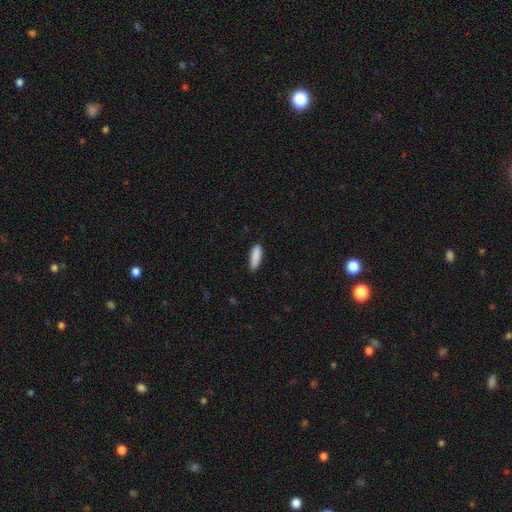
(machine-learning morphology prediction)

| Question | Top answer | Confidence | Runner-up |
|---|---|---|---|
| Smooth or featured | smooth | 89% | star or artifact (6%) |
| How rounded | in between | 52% | cigar-shaped (46%) |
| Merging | none | 79% | minor disturbance (17%) |